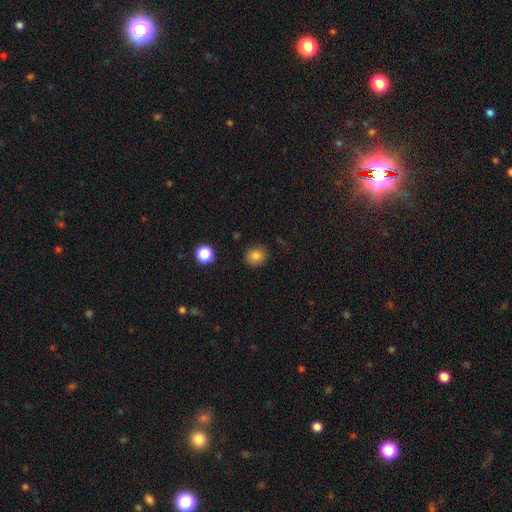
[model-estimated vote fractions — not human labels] smooth-or-featured: smooth: 83% | star or artifact: 12% | featured or disk: 6%
  how-rounded: round: 79% | in between: 20% | cigar-shaped: 1%
  merging: none: 88% | minor disturbance: 8% | major disturbance: 2% | merger: 1%